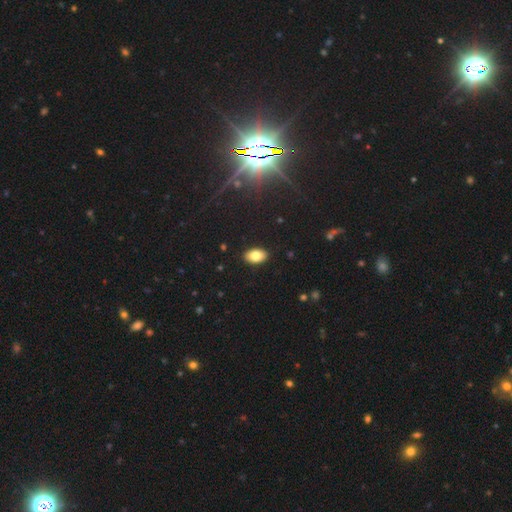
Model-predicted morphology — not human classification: This is clearly a smooth galaxy (81%). How rounded: clearly in between (93%). Merging: clearly none (89%).